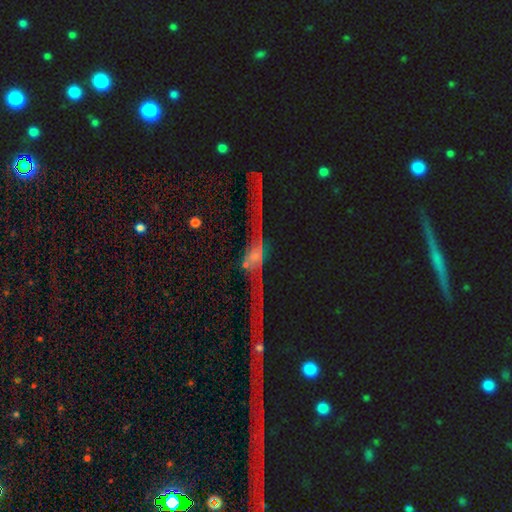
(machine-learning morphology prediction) This appears to be a featured or disk galaxy (54%) viewed edge-on (63%). Merging: none (56%).